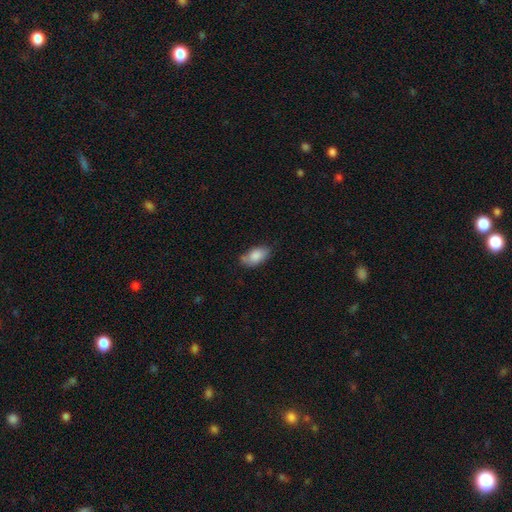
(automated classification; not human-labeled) Smooth or featured: smooth — 85% (featured or disk — 9%)
How rounded: in between — 93% (round — 4%)
Merging: none — 67% (minor disturbance — 25%)